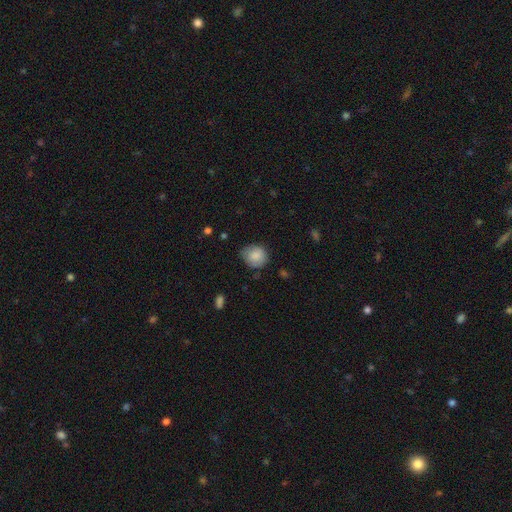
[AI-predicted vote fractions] Smooth or featured?
  - smooth: 85% *
  - featured or disk: 8%
  - star or artifact: 7%
How rounded?
  - round: 74% *
  - in between: 25%
  - cigar-shaped: 1%
Merging?
  - none: 69% *
  - minor disturbance: 25%
  - major disturbance: 5%
  - merger: 1%